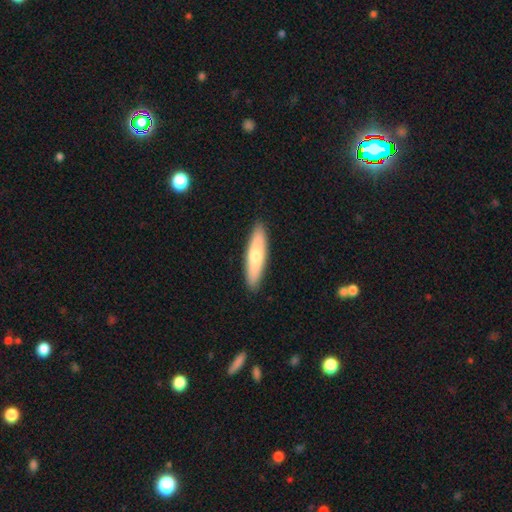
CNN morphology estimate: This appears to be a smooth galaxy with no disk features (66%) that is cigar-shaped (75%). Merging: none (91%).